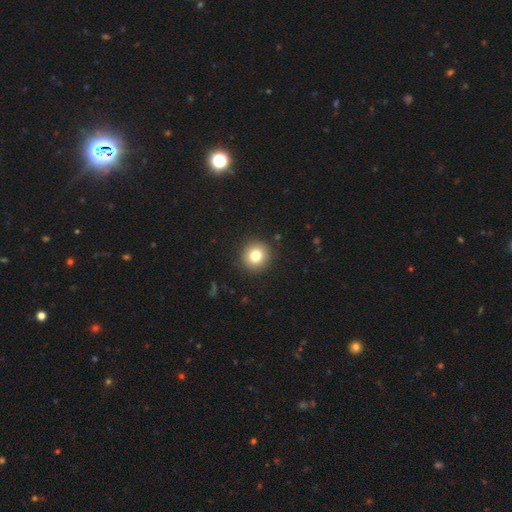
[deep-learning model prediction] Smooth or featured: smooth — 79% (star or artifact — 11%)
How rounded: round — 94% (in between — 6%)
Merging: none — 92% (minor disturbance — 5%)